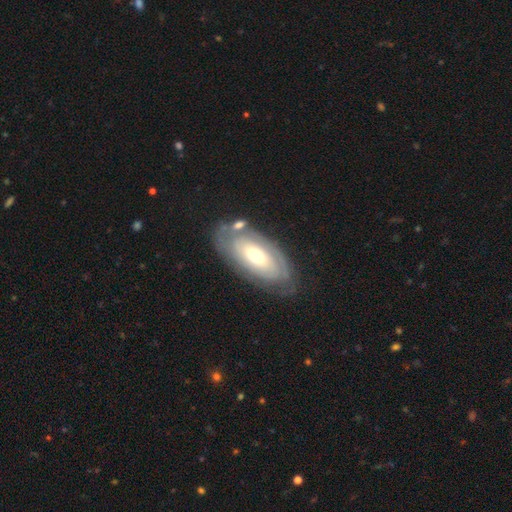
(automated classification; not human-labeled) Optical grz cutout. It shows a featured or disk galaxy (61%) with no bar (74%), spiral arms (60%) and a moderate central bulge (53%). Merging: none (69%).